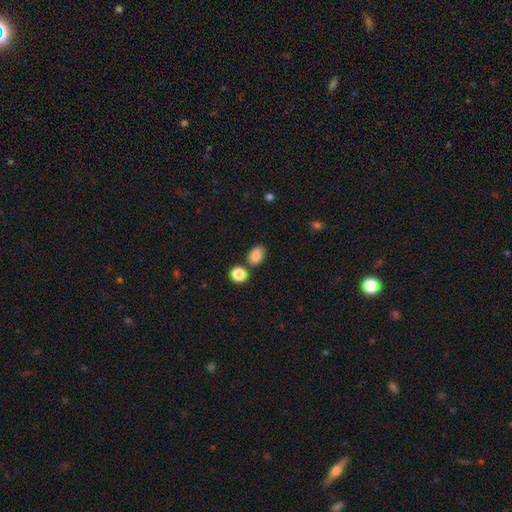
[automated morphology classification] Smooth or featured: smooth — 85% (star or artifact — 10%)
How rounded: in between — 82% (round — 17%)
Merging: none — 72% (minor disturbance — 13%)